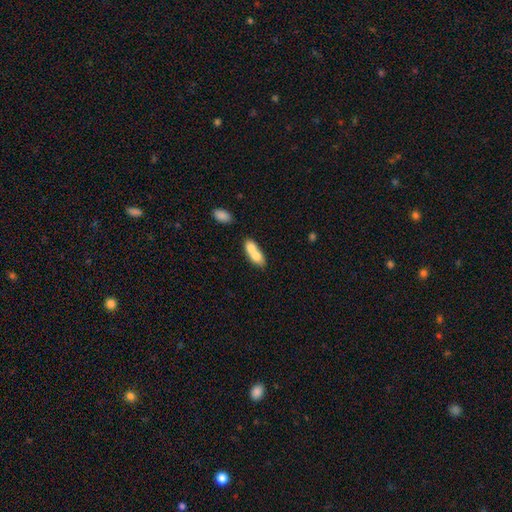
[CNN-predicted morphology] Smooth or featured?
  - smooth: 70% *
  - featured or disk: 23%
  - star or artifact: 7%
How rounded?
  - in between: 72% *
  - cigar-shaped: 14%
  - round: 13%
Merging?
  - merger: 70% *
  - none: 19%
  - minor disturbance: 7%
  - major disturbance: 4%